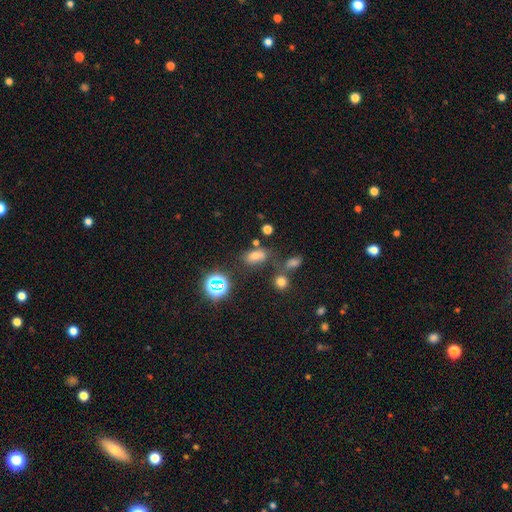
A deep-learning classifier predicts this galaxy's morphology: type=smooth (61%); roundness=in between (81%); merging=none (62%).